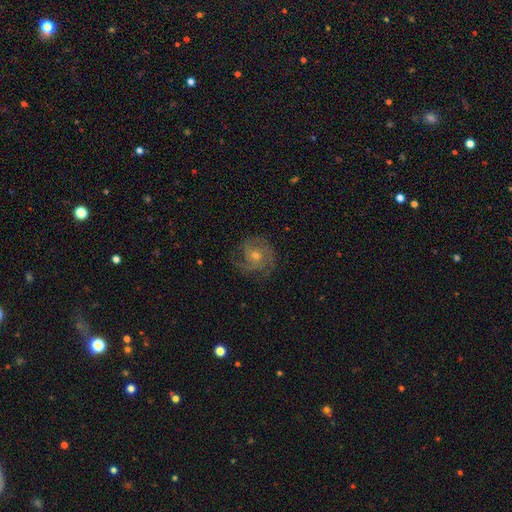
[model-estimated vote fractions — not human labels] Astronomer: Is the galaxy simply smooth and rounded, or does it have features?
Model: featured or disk — 80%.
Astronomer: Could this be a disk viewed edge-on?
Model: no — 98%.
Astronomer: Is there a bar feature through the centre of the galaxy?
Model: no — 73%.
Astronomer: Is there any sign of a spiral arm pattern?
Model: yes — 95%.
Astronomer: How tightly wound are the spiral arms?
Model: tight — 49% (runner-up: medium, 40%).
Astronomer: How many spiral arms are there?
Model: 3 — 38% (runner-up: can't tell, 21%).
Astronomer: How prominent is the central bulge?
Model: moderate — 48% (runner-up: small, 47%).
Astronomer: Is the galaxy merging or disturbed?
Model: none — 74%.